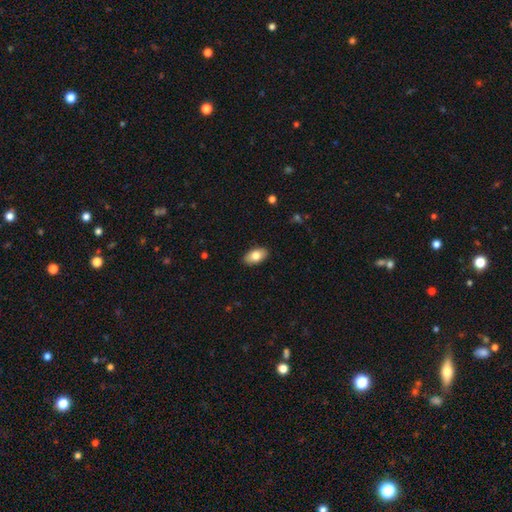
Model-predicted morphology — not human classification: Overall: smooth (79%). How rounded: in between (94%). Merging: none (90%).